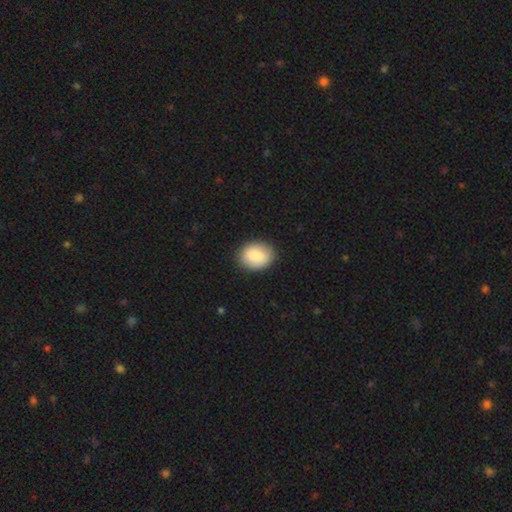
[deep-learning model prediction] Q: Smooth or featured?
A: smooth (86%); runner-up: featured or disk (8%)
Q: How rounded?
A: in between (58%); runner-up: round (41%)
Q: Merging?
A: none (87%); runner-up: minor disturbance (10%)